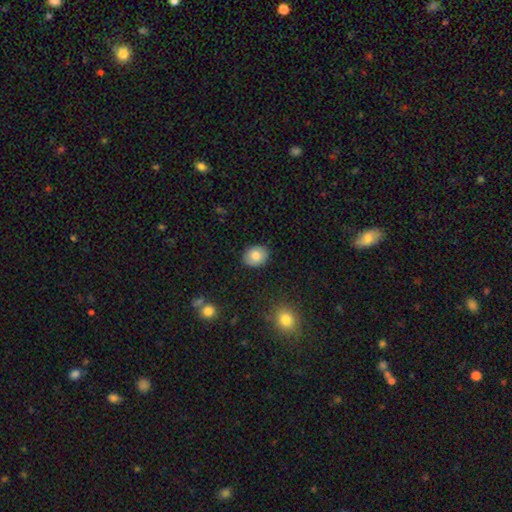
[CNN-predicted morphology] smooth 80%, featured or disk 12%, star or artifact 9%. Down the decision tree: how rounded — round (51%); merging — none (87%).